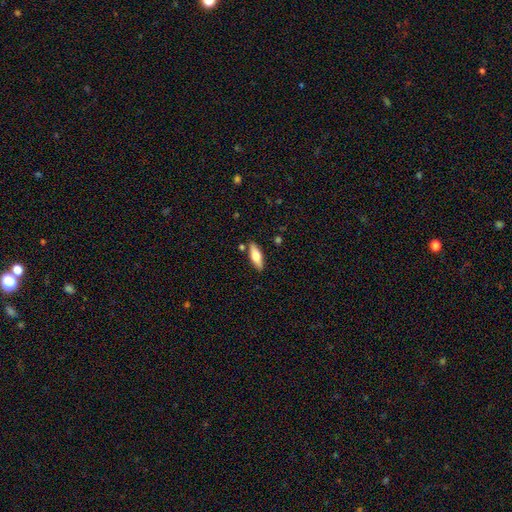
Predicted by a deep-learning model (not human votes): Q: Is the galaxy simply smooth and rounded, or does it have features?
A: smooth — 64%.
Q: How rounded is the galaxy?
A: in between — 61%.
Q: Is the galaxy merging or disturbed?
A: none — 84%.